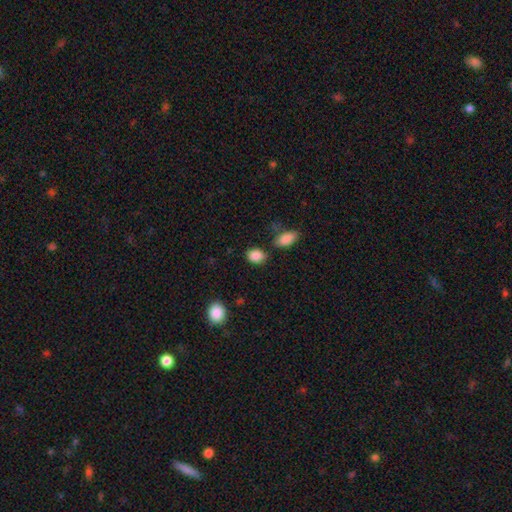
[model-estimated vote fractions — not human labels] smooth_or_featured: smooth (p=0.88) [alt: star or artifact p=0.08]
how_rounded: in between (p=0.65) [alt: round p=0.34]
merging: none (p=0.75) [alt: minor disturbance p=0.15]